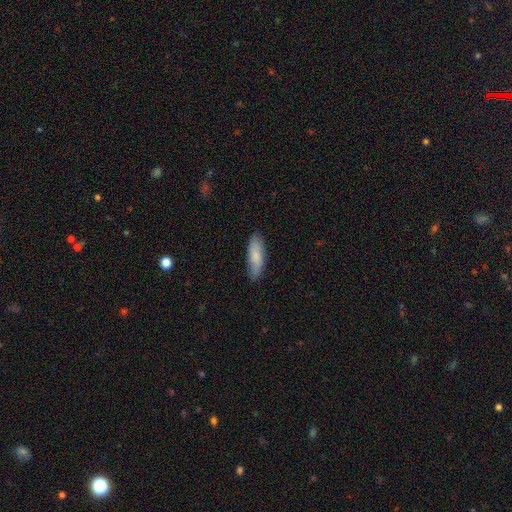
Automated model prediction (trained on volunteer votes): Smooth or featured?
  - smooth: 81% *
  - featured or disk: 14%
  - star or artifact: 5%
How rounded?
  - in between: 56% *
  - cigar-shaped: 43%
  - round: 2%
Merging?
  - none: 84% *
  - minor disturbance: 13%
  - major disturbance: 2%
  - merger: 1%